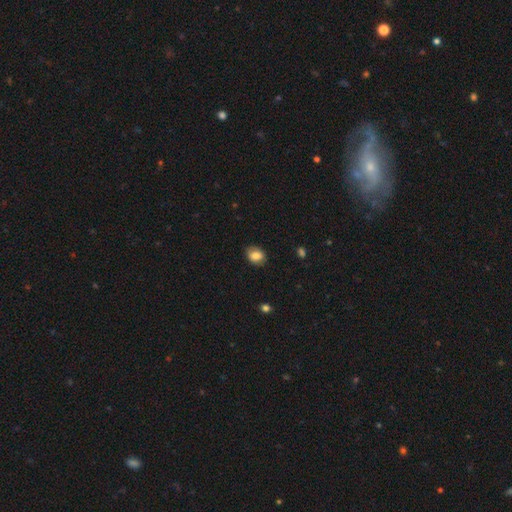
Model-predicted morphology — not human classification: Smooth or featured? smooth (80%)
How rounded? in between (66%)
Merging? none (82%)